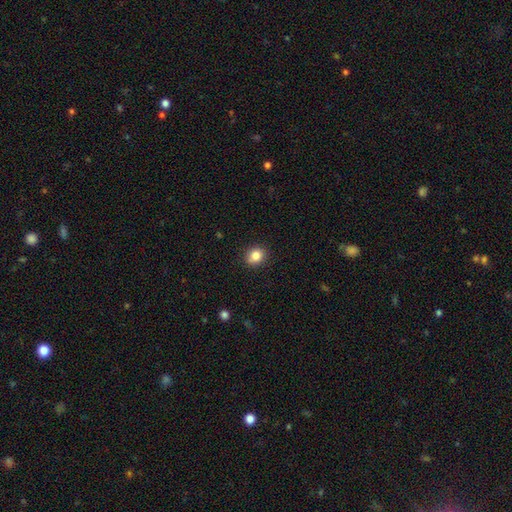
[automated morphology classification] type=smooth (84%); roundness=round (72%); merging=none (89%).